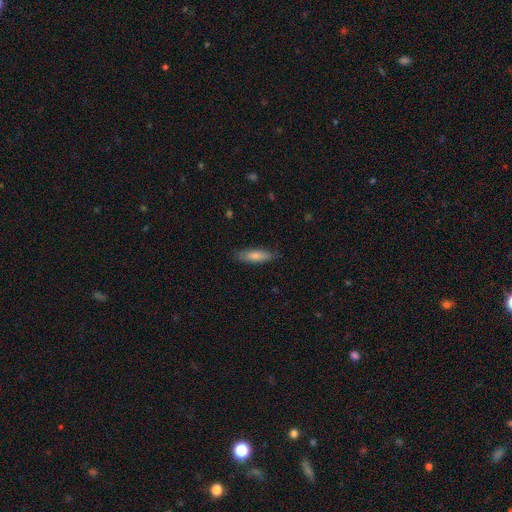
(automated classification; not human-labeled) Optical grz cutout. It shows a smooth galaxy with no disk features (79%) that is cigar-shaped (57%). Merging: none (83%).